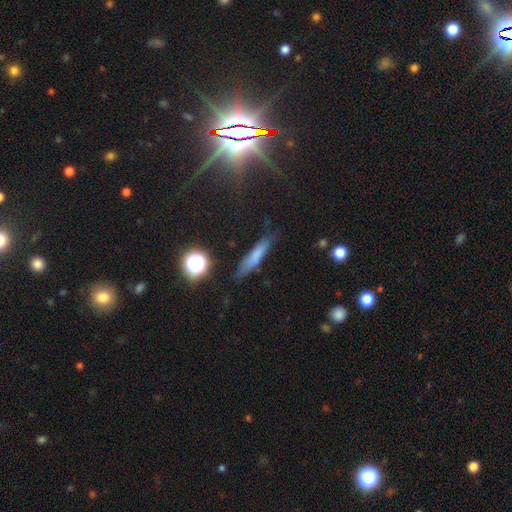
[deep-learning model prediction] Morphology: type=smooth (68%); roundness=cigar-shaped (84%); merging=none (78%).